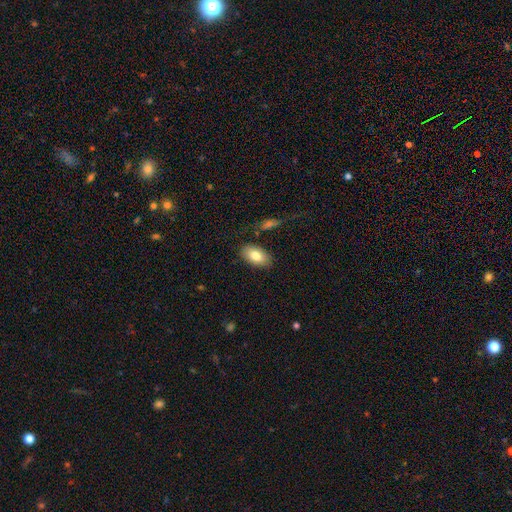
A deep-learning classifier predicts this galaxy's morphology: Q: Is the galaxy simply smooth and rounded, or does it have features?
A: smooth — 81%.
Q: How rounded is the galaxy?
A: in between — 93%.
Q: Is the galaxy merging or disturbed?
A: none — 83%.